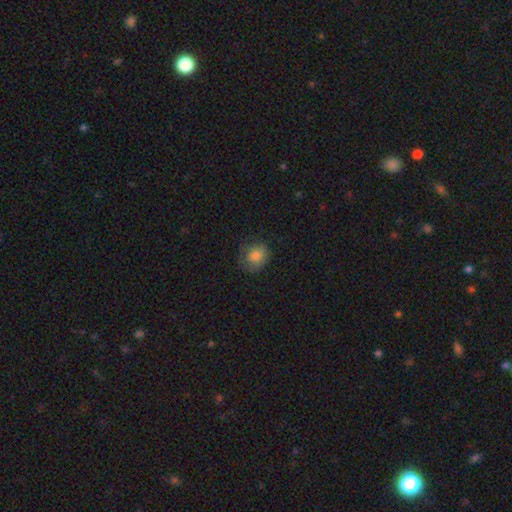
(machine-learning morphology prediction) Smooth or featured?
  - smooth: 80% *
  - featured or disk: 11%
  - star or artifact: 9%
How rounded?
  - round: 69% *
  - in between: 30%
  - cigar-shaped: 1%
Merging?
  - none: 64% *
  - minor disturbance: 24%
  - major disturbance: 11%
  - merger: 1%